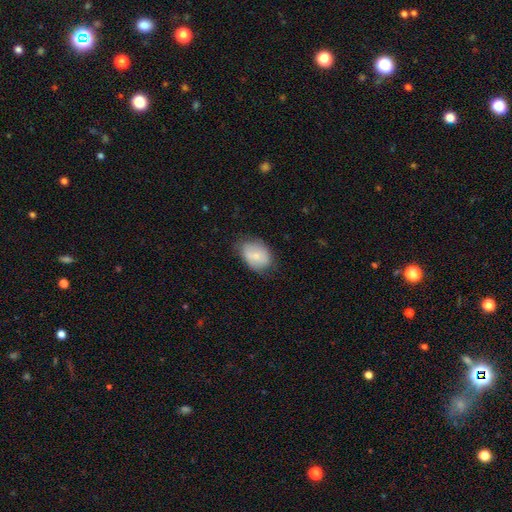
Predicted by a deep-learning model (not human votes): This appears to be a smooth galaxy with no disk features (71%) that is in between round and cigar-shaped (77%). Merging: none (65%).